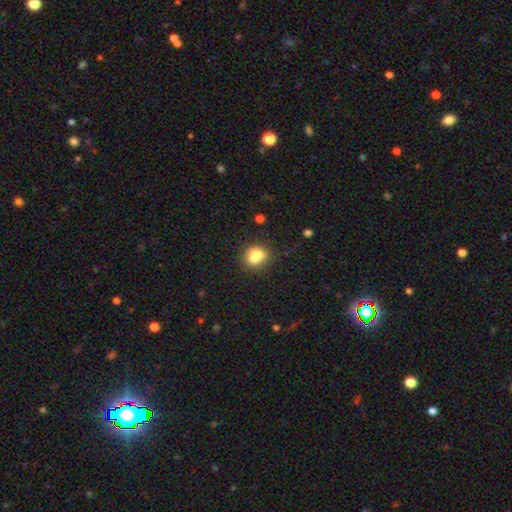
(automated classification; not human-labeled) smooth 72%, featured or disk 18%, star or artifact 11%. Down the decision tree: how rounded — round (66%); merging — merger (43%).